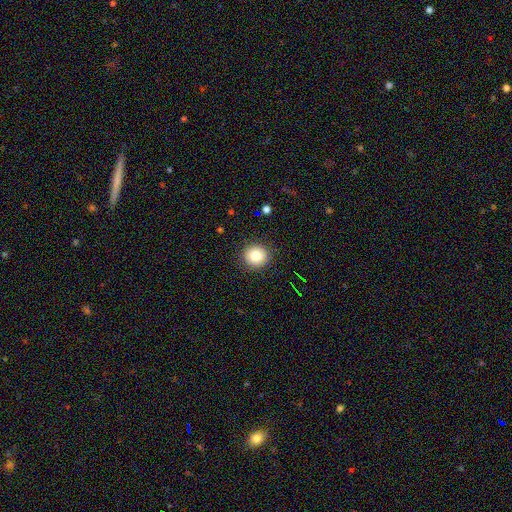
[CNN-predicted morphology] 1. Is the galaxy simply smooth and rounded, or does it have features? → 83% smooth, 11% star or artifact, 7% featured or disk.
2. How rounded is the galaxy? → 88% round, 11% in between, 1% cigar-shaped.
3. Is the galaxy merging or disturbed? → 89% none, 7% minor disturbance, 2% major disturbance, 1% merger.